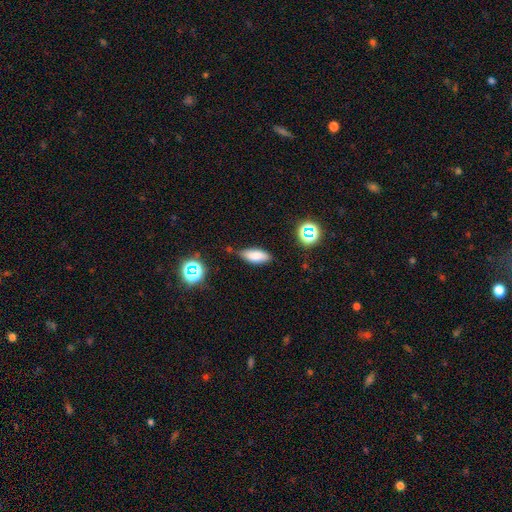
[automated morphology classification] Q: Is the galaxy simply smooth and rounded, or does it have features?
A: smooth — 80%.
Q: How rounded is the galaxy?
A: in between — 77%.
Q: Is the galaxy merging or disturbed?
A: none — 77%.